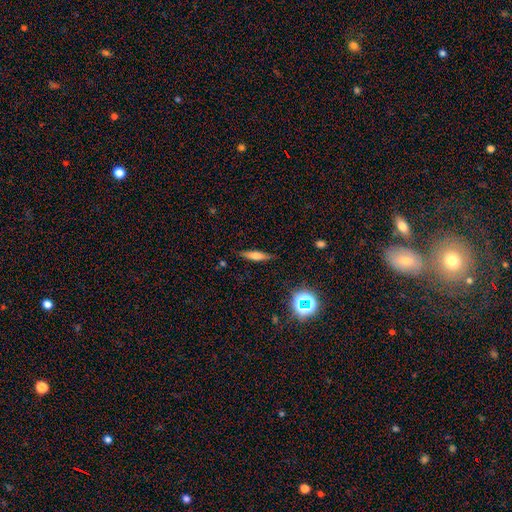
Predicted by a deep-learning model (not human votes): Q: Smooth or featured?
A: smooth (54%); runner-up: featured or disk (35%)
Q: How rounded?
A: cigar-shaped (77%); runner-up: in between (20%)
Q: Merging?
A: none (86%); runner-up: minor disturbance (10%)